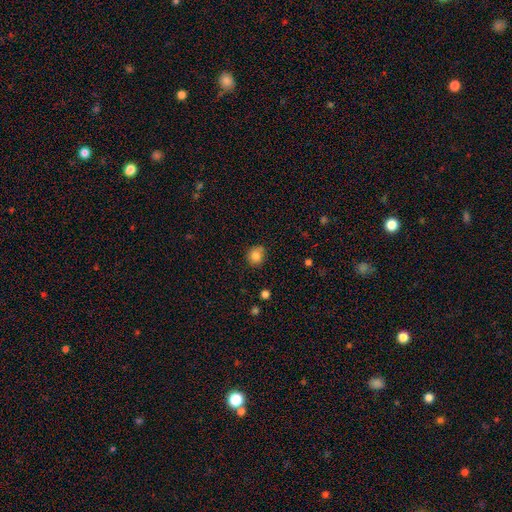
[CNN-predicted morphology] A smooth galaxy with no disk features (83%) that is round (80%).

Vote fractions:
- Smooth or featured? smooth: 83% / star or artifact: 11% / featured or disk: 6%
- How rounded? round: 80% / in between: 19% / cigar-shaped: 1%
- Merging? none: 77% / minor disturbance: 17% / major disturbance: 3% / merger: 3%